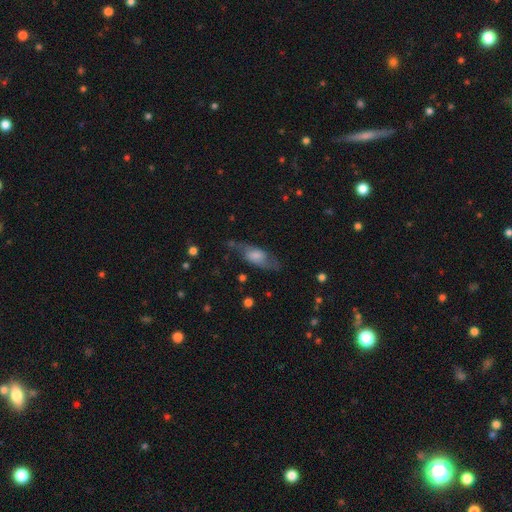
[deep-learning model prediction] The model was most divided on "smooth or featured": featured or disk: 48%, smooth: 44%, star or artifact: 8%. More confident: merging — none (61%).